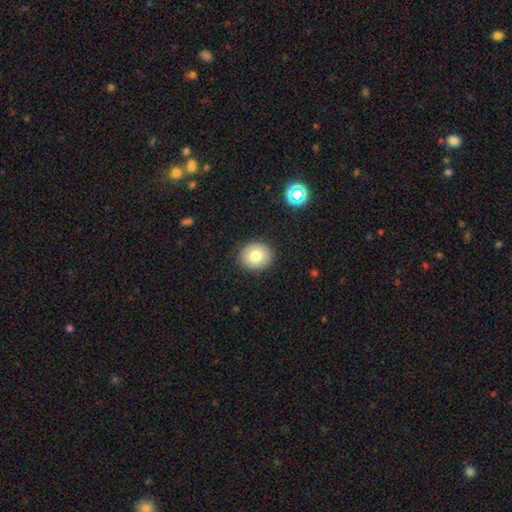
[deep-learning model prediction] Smooth or featured? smooth (78%)
How rounded? round (76%)
Merging? none (90%)